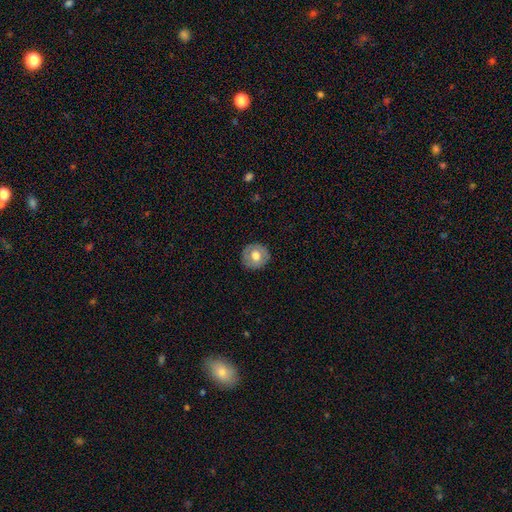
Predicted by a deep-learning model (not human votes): Smooth or featured? smooth (64%)
How rounded? round (91%)
Merging? none (87%)